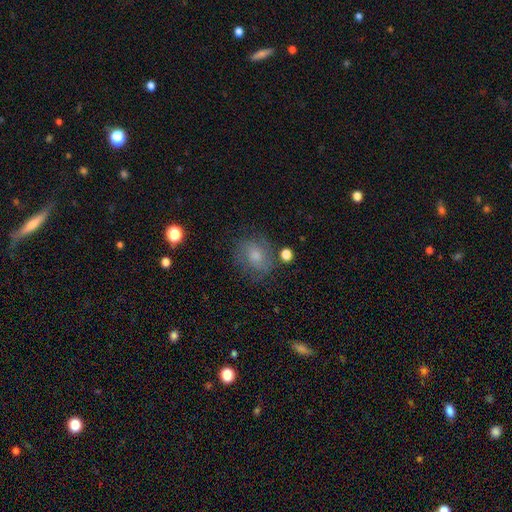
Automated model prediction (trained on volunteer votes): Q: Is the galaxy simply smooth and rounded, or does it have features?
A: smooth — 47%.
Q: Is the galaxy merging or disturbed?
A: none — 70%.